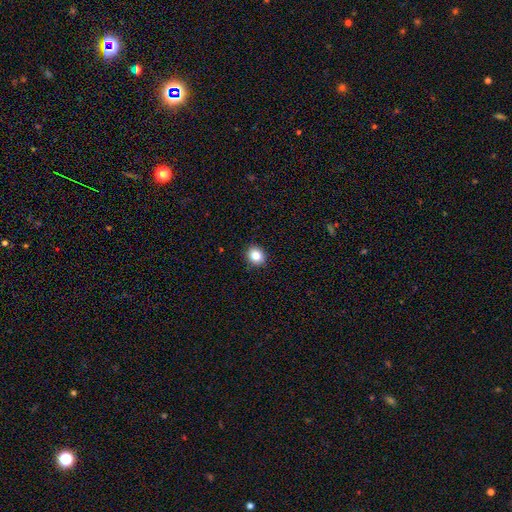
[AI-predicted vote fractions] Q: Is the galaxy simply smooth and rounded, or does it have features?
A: smooth — 85%.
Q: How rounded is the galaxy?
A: round — 71%.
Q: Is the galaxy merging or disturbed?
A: none — 90%.